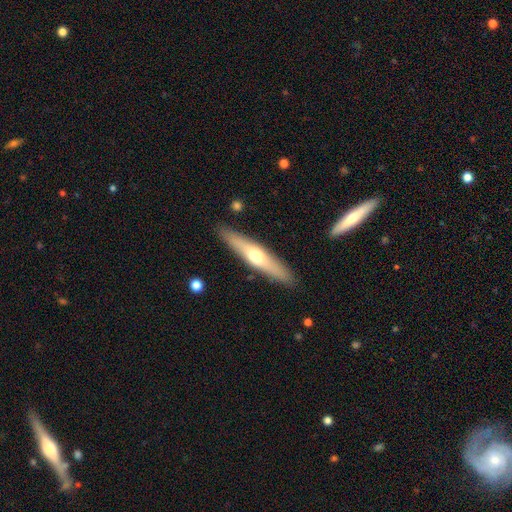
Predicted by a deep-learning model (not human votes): Smooth or featured: featured or disk — 54% (smooth — 41%)
Edge-on disk: yes — 91% (no — 9%)
Merging: none — 89% (minor disturbance — 8%)